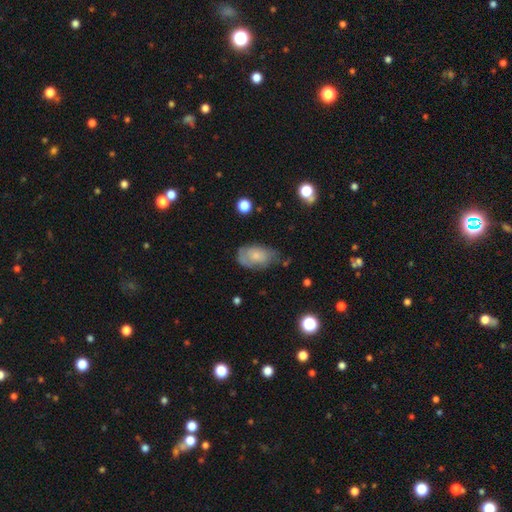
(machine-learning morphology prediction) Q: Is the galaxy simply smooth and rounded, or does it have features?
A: smooth — 62%.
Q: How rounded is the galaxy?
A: in between — 90%.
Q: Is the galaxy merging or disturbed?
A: none — 50%.